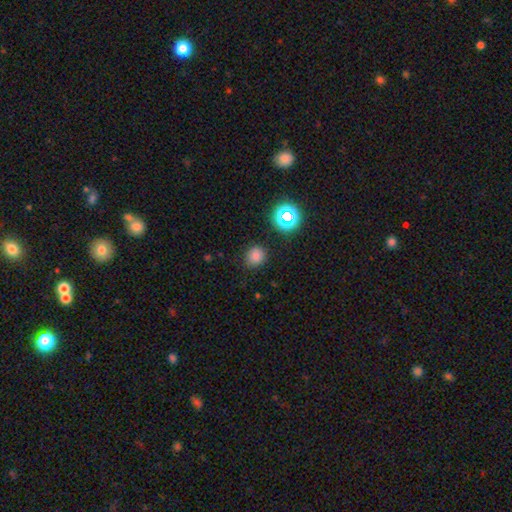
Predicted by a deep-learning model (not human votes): smooth 77%, star or artifact 18%, featured or disk 5%. Down the decision tree: how rounded — round (81%); merging — none (83%).